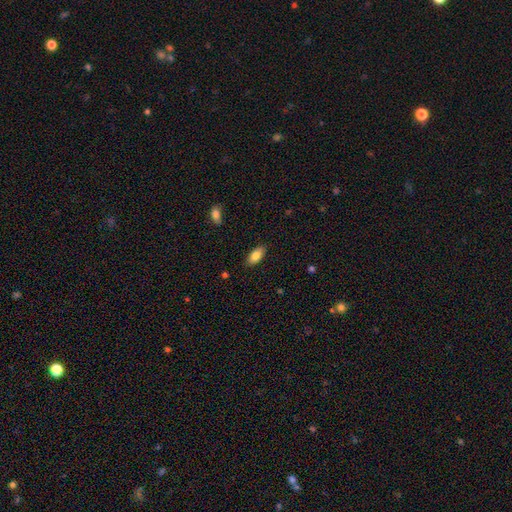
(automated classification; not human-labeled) This is clearly a smooth galaxy (81%). How rounded: clearly in between (89%). Merging: clearly none (87%).